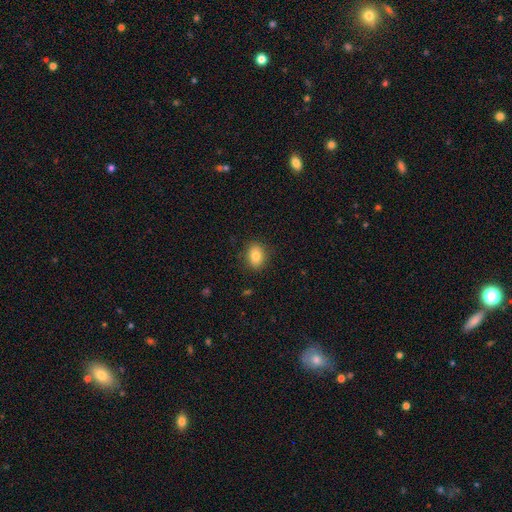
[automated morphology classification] This is clearly a smooth galaxy (80%). How rounded: likely in between (65%). Merging: clearly none (87%).